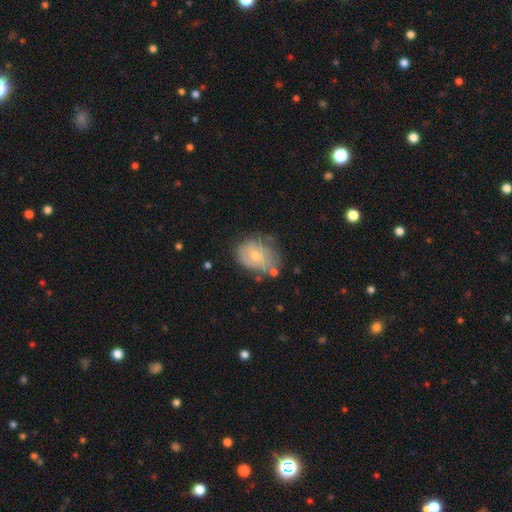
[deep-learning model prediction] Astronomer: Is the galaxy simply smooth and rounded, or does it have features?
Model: featured or disk — 48% (runner-up: smooth, 45%).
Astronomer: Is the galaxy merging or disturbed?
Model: none — 55%.